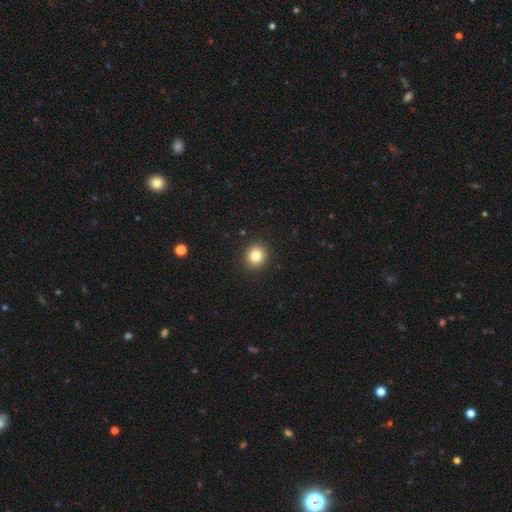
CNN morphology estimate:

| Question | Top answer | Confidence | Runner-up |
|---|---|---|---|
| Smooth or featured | smooth | 82% | star or artifact (11%) |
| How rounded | round | 87% | in between (12%) |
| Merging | none | 92% | minor disturbance (5%) |